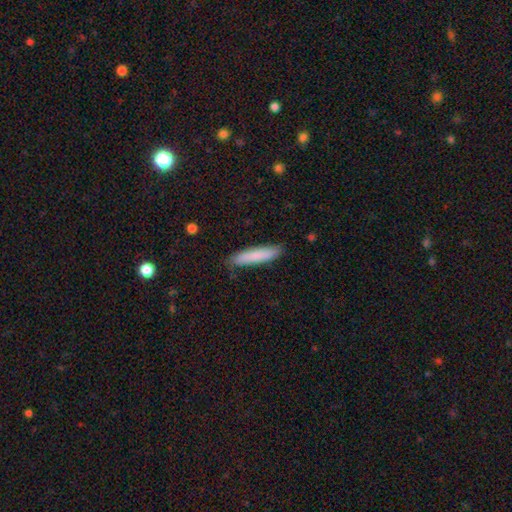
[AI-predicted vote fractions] Q: Smooth or featured?
A: smooth (83%); runner-up: featured or disk (11%)
Q: How rounded?
A: cigar-shaped (85%); runner-up: in between (14%)
Q: Merging?
A: none (86%); runner-up: minor disturbance (11%)